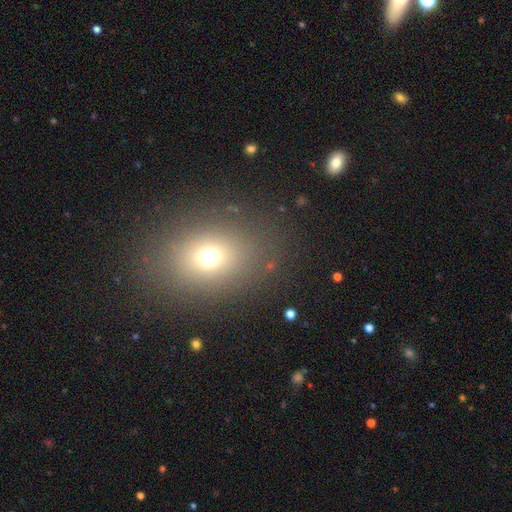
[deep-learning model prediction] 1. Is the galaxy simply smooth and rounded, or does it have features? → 66% smooth, 21% star or artifact, 13% featured or disk.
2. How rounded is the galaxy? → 64% in between, 34% round, 2% cigar-shaped.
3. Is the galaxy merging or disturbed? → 87% none, 8% minor disturbance, 4% major disturbance, 2% merger.